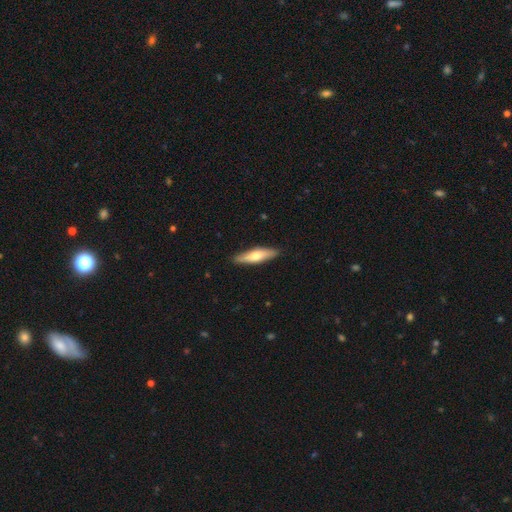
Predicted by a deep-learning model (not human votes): Morphology: type=smooth (59%); roundness=cigar-shaped (70%); merging=none (89%).